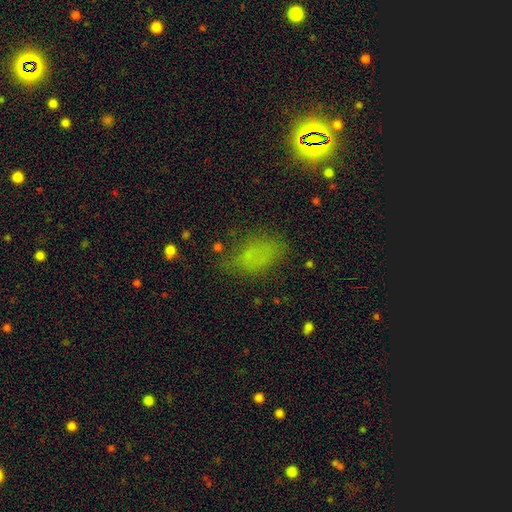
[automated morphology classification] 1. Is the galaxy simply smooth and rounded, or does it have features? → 61% smooth, 26% star or artifact, 13% featured or disk.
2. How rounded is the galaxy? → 85% in between, 12% round, 3% cigar-shaped.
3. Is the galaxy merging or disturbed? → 62% none, 23% minor disturbance, 12% major disturbance, 3% merger.